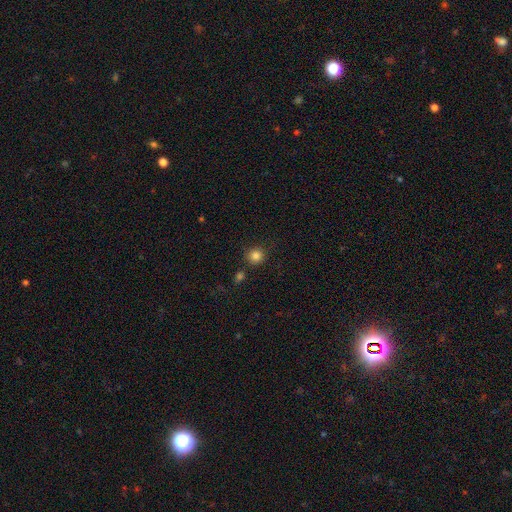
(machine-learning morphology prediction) A smooth galaxy with no disk features (83%) that is round (91%).

Vote fractions:
- Smooth or featured? smooth: 83% / star or artifact: 12% / featured or disk: 5%
- How rounded? round: 91% / in between: 8% / cigar-shaped: 1%
- Merging? none: 83% / minor disturbance: 9% / merger: 6% / major disturbance: 3%